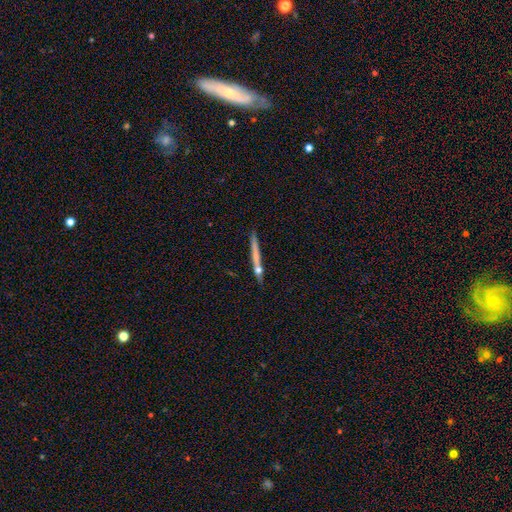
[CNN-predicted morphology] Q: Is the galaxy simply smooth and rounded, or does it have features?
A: smooth — 54%.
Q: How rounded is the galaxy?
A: cigar-shaped — 95%.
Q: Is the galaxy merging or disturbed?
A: none — 77%.